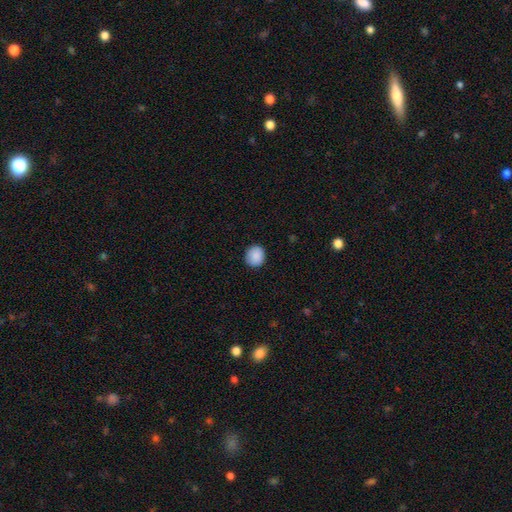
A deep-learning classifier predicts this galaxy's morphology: smooth-or-featured: smooth: 89% | star or artifact: 7% | featured or disk: 3%
  how-rounded: round: 80% | in between: 19% | cigar-shaped: 1%
  merging: none: 89% | minor disturbance: 8% | major disturbance: 2% | merger: 1%